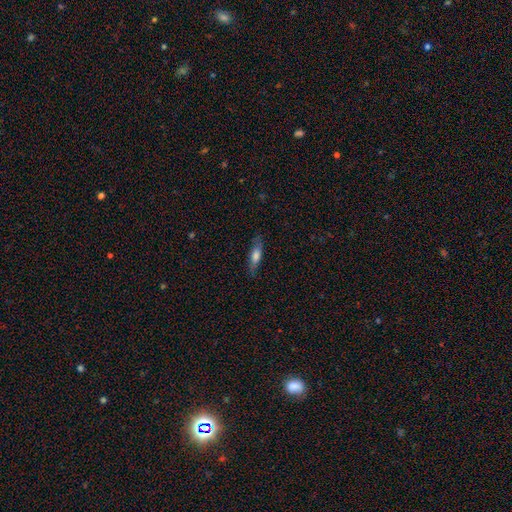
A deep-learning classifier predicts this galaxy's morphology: type=smooth (65%); roundness=cigar-shaped (55%); merging=none (78%).